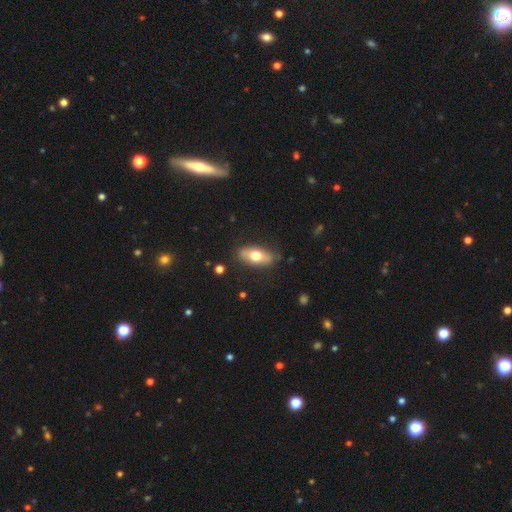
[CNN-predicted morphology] This is likely a smooth galaxy (64%). How rounded: likely in between (80%). Merging: clearly none (83%).